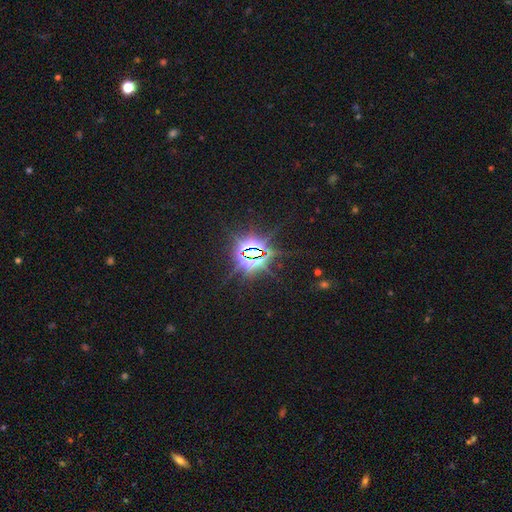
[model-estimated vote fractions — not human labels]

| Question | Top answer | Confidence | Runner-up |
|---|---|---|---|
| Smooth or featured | star or artifact | 86% | featured or disk (7%) |